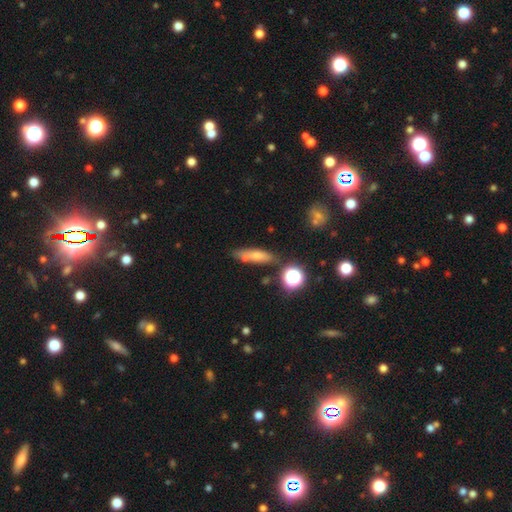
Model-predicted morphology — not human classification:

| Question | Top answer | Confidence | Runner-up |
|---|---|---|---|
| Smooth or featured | smooth | 65% | featured or disk (20%) |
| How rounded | cigar-shaped | 59% | in between (33%) |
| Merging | none | 62% | minor disturbance (18%) |